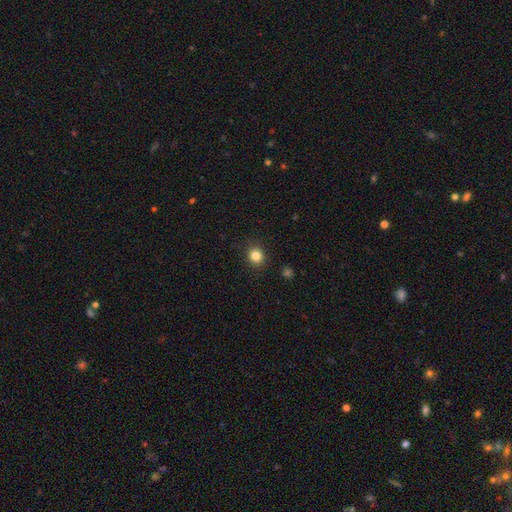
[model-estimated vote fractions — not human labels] The model was most divided on "smooth or featured": smooth: 83%, star or artifact: 12%, featured or disk: 5%. More confident: merging — none (90%); how rounded — round (85%).